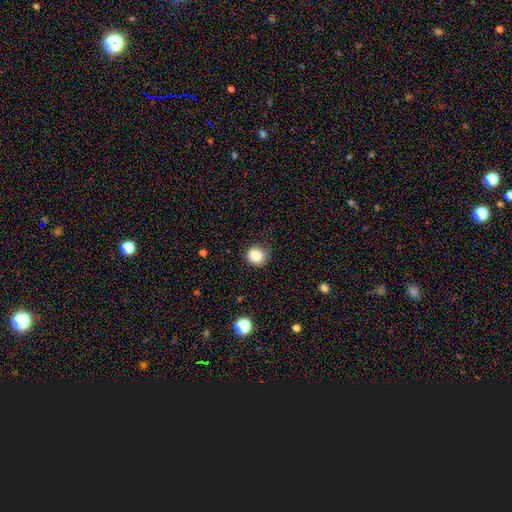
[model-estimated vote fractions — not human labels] Smooth or featured: smooth — 85% (star or artifact — 10%)
How rounded: round — 82% (in between — 17%)
Merging: none — 73% (minor disturbance — 20%)